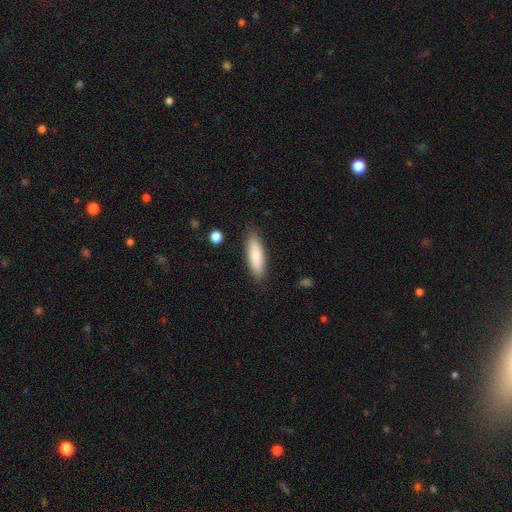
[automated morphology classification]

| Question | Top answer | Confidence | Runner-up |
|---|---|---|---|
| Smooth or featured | smooth | 78% | featured or disk (16%) |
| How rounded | in between | 51% | cigar-shaped (48%) |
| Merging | none | 86% | minor disturbance (11%) |